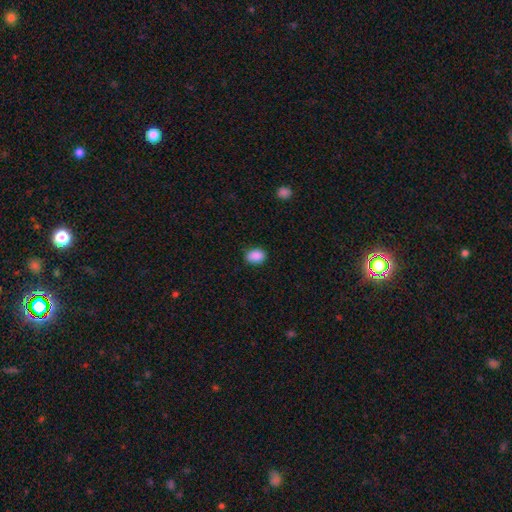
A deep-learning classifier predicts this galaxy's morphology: smooth 89%, star or artifact 8%, featured or disk 3%. Down the decision tree: how rounded — in between (77%); merging — none (82%).